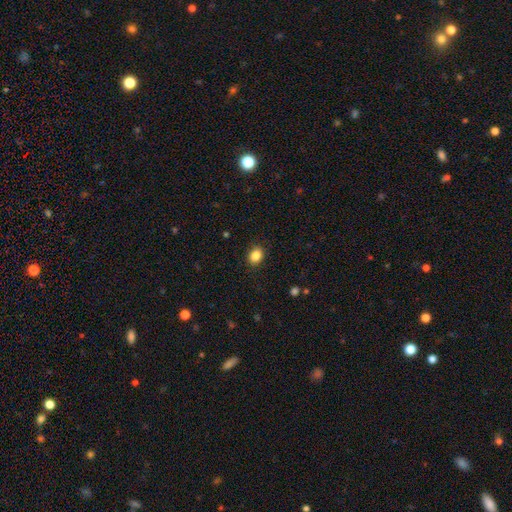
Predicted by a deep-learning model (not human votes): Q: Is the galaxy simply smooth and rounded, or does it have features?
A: smooth — 86%.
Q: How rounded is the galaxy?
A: in between — 50%.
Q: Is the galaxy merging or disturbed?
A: none — 89%.